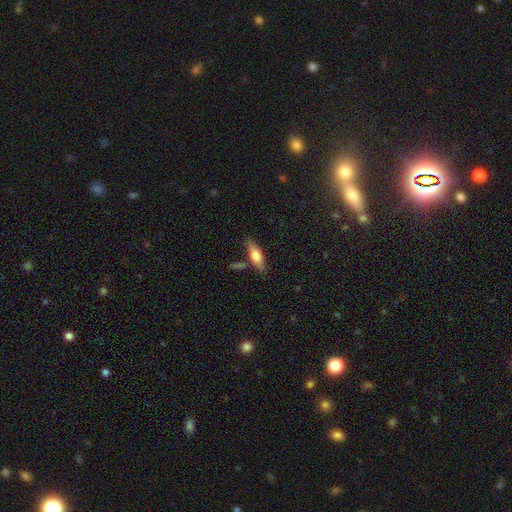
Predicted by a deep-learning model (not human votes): Smooth or featured?
  - smooth: 68% *
  - featured or disk: 26%
  - star or artifact: 7%
How rounded?
  - in between: 57% *
  - cigar-shaped: 40%
  - round: 3%
Merging?
  - none: 71% *
  - minor disturbance: 16%
  - merger: 9%
  - major disturbance: 4%